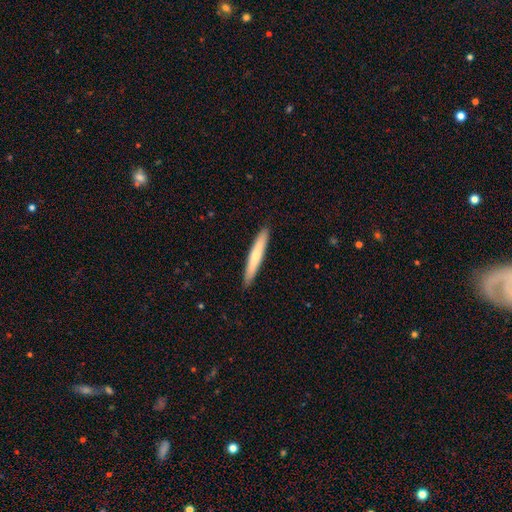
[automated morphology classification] Smooth or featured? Predicted: smooth (p=0.60). How rounded? Predicted: cigar-shaped (p=0.95). Merging? Predicted: none (p=0.90).